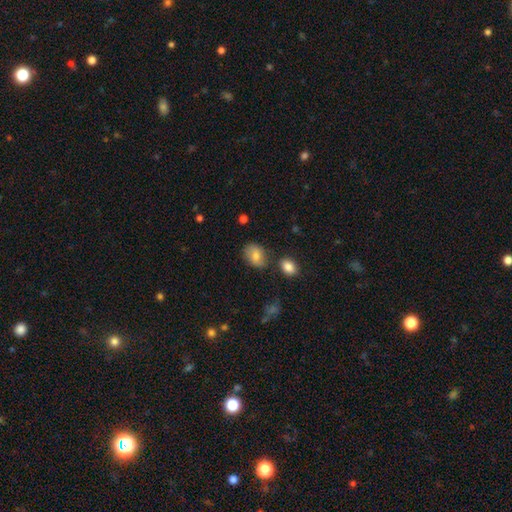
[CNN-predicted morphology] smooth 74%, featured or disk 18%, star or artifact 9%. Down the decision tree: how rounded — in between (68%); merging — none (71%).